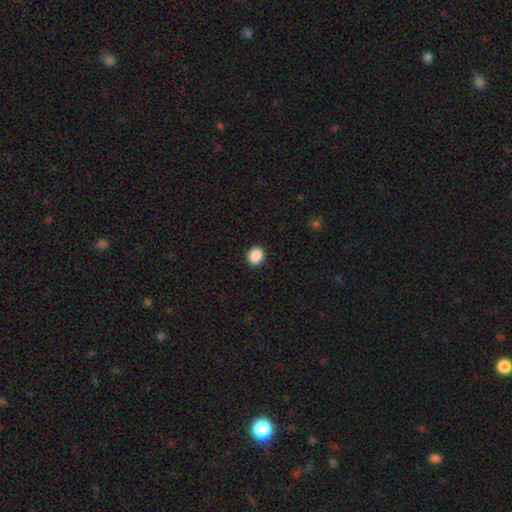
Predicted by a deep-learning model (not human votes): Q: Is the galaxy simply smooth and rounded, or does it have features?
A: smooth — 89%.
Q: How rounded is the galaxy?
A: round — 76%.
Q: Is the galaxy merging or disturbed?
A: none — 92%.